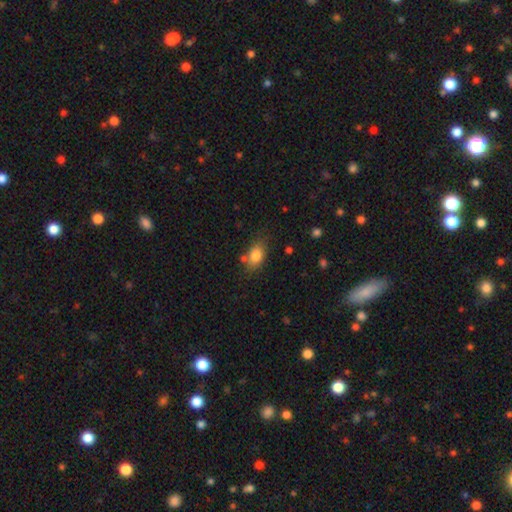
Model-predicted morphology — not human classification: Smooth or featured? smooth (81%)
How rounded? in between (84%)
Merging? none (70%)